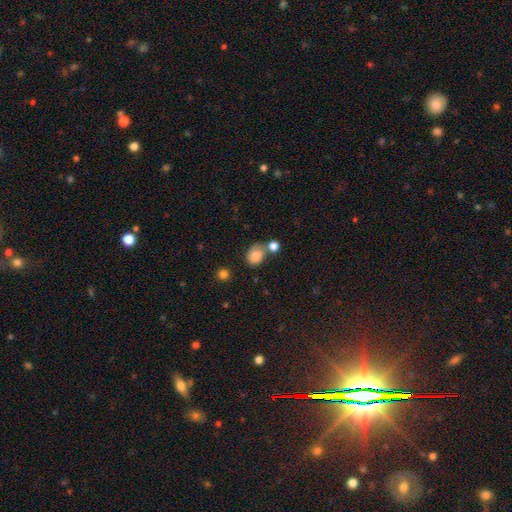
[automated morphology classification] Smooth or featured? smooth (78%)
How rounded? in between (52%)
Merging? none (38%)